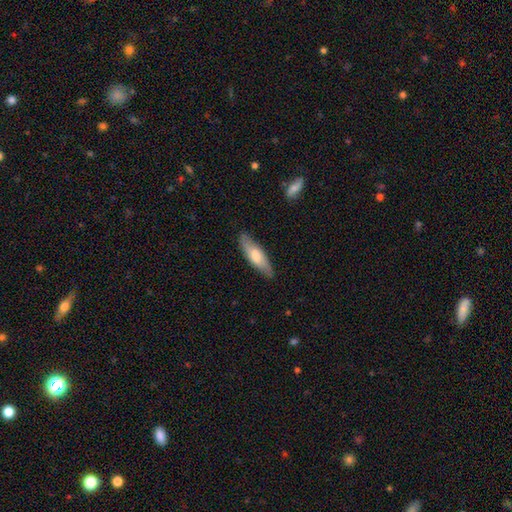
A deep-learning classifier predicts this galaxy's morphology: smooth-or-featured: smooth: 65% | featured or disk: 30% | star or artifact: 5%
  how-rounded: cigar-shaped: 53% | in between: 45% | round: 2%
  merging: none: 83% | minor disturbance: 13% | major disturbance: 2% | merger: 1%